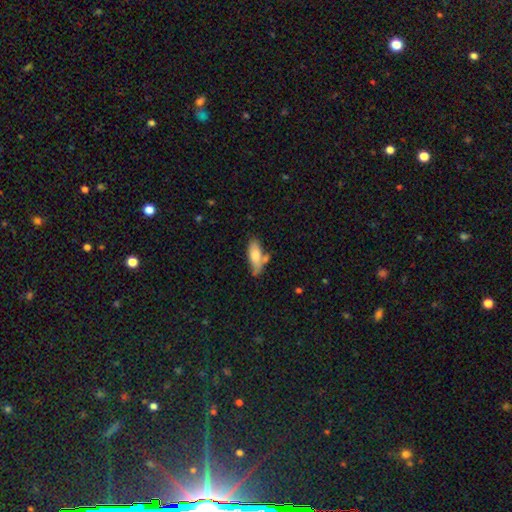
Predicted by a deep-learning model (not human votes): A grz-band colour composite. It shows a smooth galaxy with no disk features (77%) that is in between round and cigar-shaped (67%). Merging: none (51%).